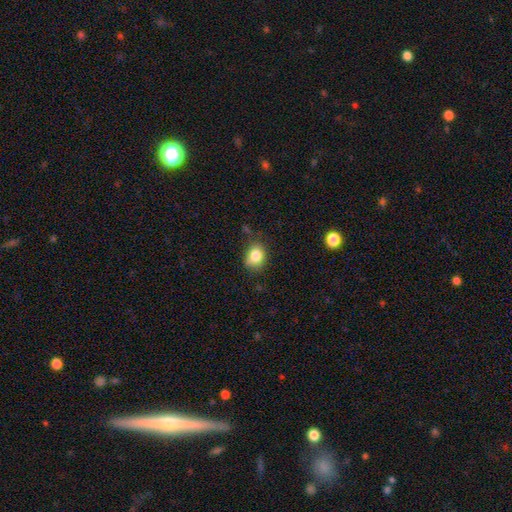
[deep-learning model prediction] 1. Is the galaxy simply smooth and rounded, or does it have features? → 82% smooth, 10% star or artifact, 8% featured or disk.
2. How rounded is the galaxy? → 50% in between, 49% round, 1% cigar-shaped.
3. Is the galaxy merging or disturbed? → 68% none, 23% minor disturbance, 5% major disturbance, 3% merger.